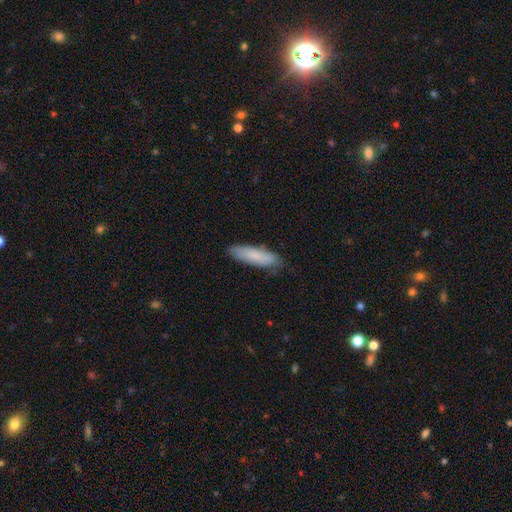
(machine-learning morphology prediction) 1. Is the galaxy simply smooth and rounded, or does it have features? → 82% smooth, 12% featured or disk, 6% star or artifact.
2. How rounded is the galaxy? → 64% cigar-shaped, 34% in between, 1% round.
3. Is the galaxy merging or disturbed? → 82% none, 15% minor disturbance, 2% major disturbance, 1% merger.